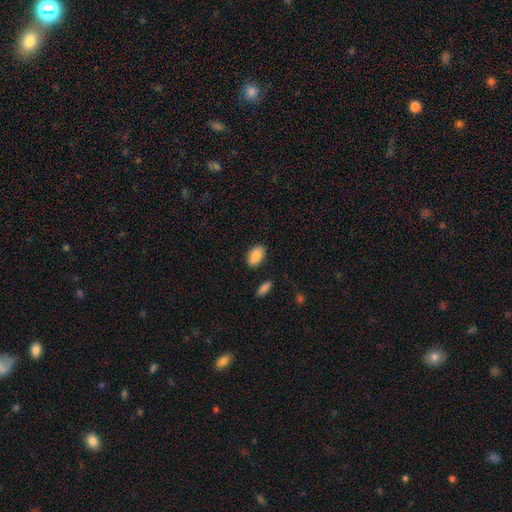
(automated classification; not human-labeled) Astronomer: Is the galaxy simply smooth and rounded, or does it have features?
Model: smooth — 87%.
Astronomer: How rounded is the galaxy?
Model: in between — 92%.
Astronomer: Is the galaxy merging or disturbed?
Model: none — 85%.